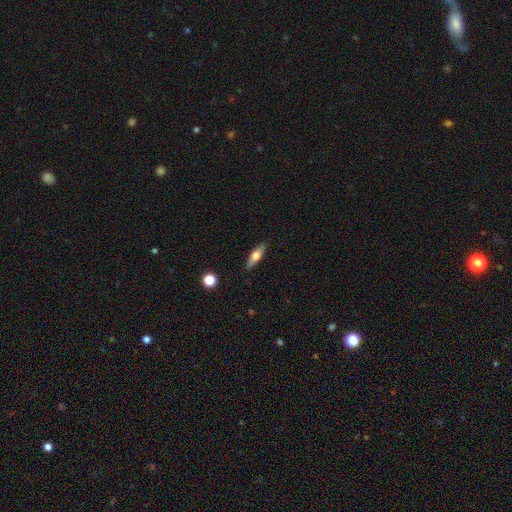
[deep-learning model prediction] This is possibly a smooth galaxy (54%). How rounded: possibly cigar-shaped (55%). Merging: clearly none (86%).